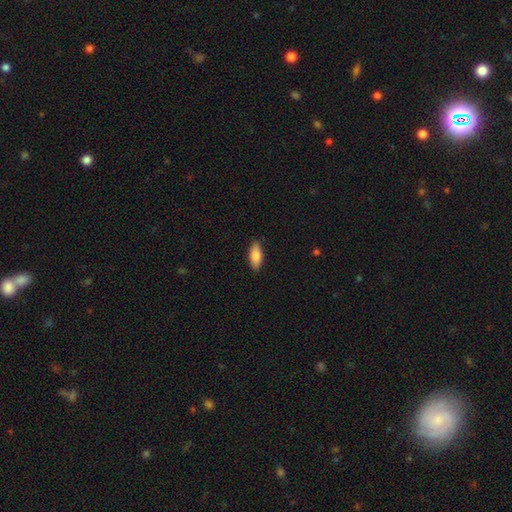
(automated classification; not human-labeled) smooth 82%, featured or disk 12%, star or artifact 6%. Down the decision tree: how rounded — in between (81%); merging — none (86%).